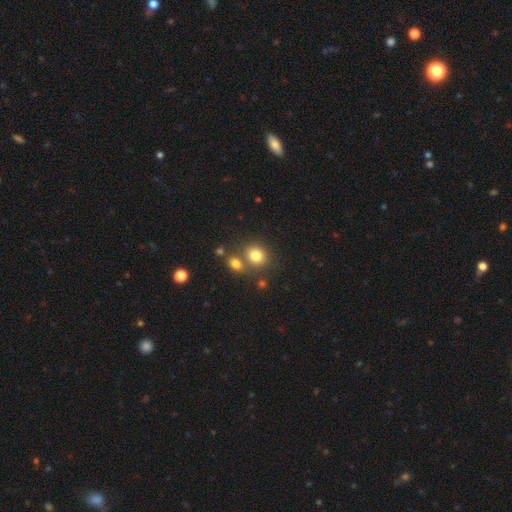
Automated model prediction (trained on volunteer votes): A smooth galaxy with no disk features (79%) that is round (72%). Merging: none (60%).